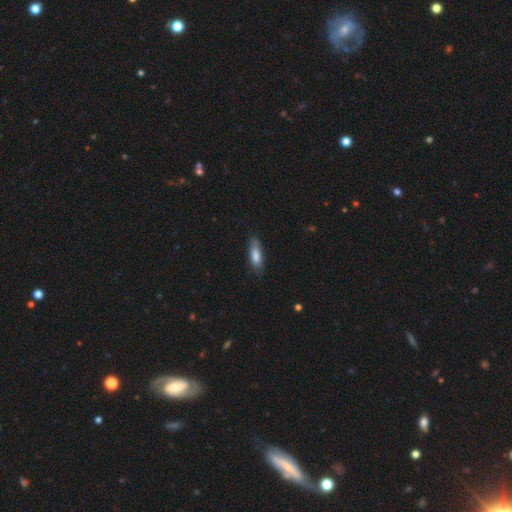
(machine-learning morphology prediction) type=smooth (78%); roundness=in between (50%); merging=none (74%).